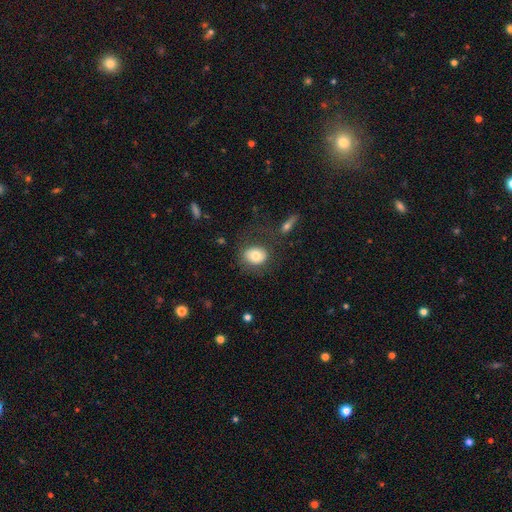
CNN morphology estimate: type=smooth (75%); roundness=in between (53%); merging=none (72%).